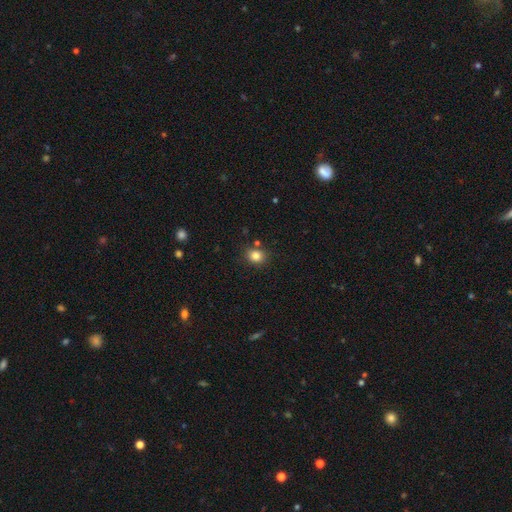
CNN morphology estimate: smooth-or-featured: smooth: 83% | star or artifact: 11% | featured or disk: 6%
  how-rounded: round: 65% | in between: 34% | cigar-shaped: 1%
  merging: none: 79% | minor disturbance: 12% | merger: 7% | major disturbance: 3%